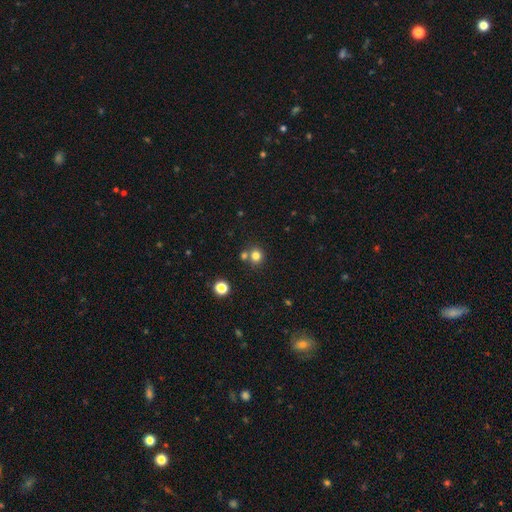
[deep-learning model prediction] Smooth or featured?
  - smooth: 79% *
  - star or artifact: 14%
  - featured or disk: 7%
How rounded?
  - round: 86% *
  - in between: 13%
  - cigar-shaped: 1%
Merging?
  - none: 67% *
  - merger: 23%
  - minor disturbance: 8%
  - major disturbance: 3%